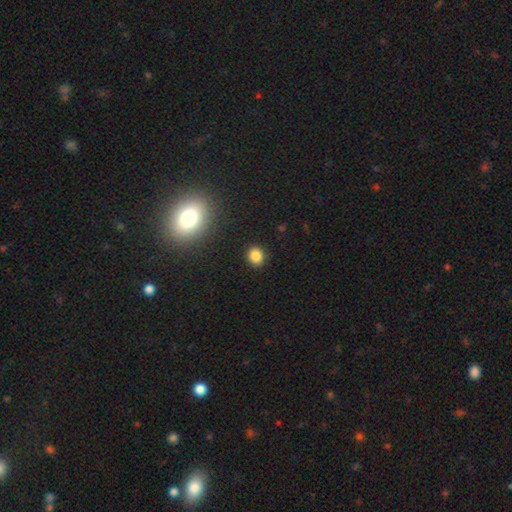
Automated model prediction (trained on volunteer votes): A smooth galaxy with no disk features (84%) that is round (70%).

Vote fractions:
- Smooth or featured? smooth: 84% / star or artifact: 12% / featured or disk: 4%
- How rounded? round: 70% / in between: 29% / cigar-shaped: 1%
- Merging? none: 91% / minor disturbance: 6% / major disturbance: 2% / merger: 1%